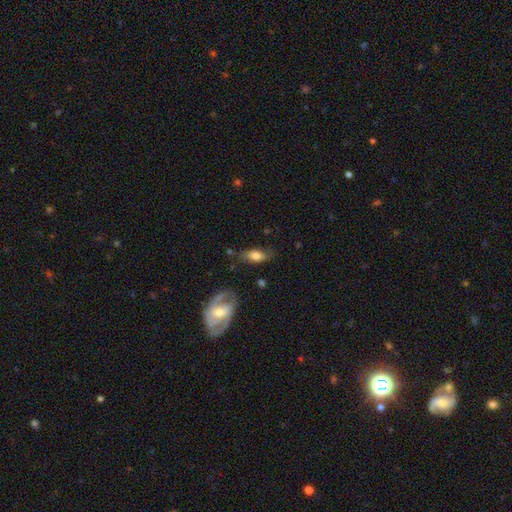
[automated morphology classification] smooth 61%, featured or disk 31%, star or artifact 8%. Down the decision tree: how rounded — in between (81%); merging — none (67%).